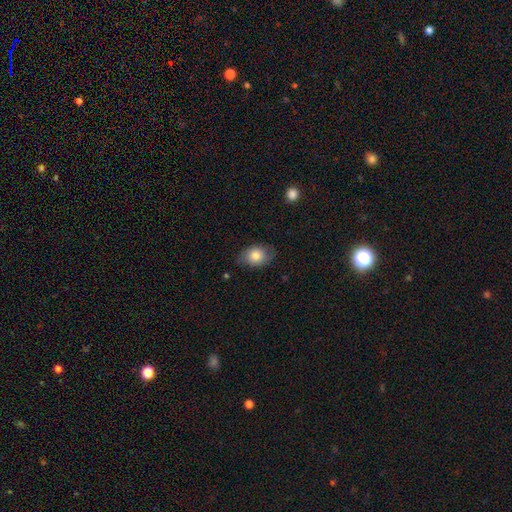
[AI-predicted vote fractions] smooth 75%, featured or disk 17%, star or artifact 8%. Down the decision tree: how rounded — in between (67%); merging — none (71%).